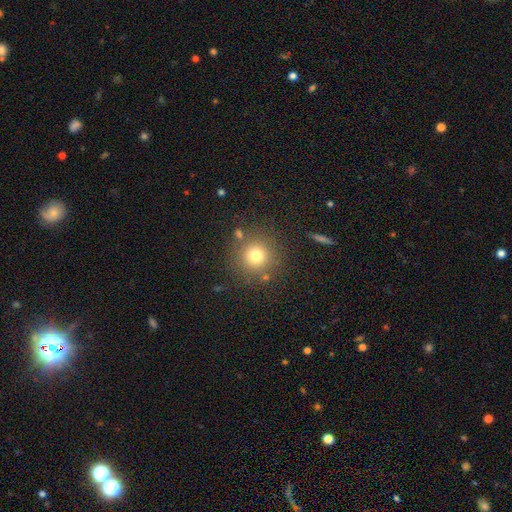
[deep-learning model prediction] A smooth galaxy with no disk features (75%) that is round (94%). Merging: none (83%).